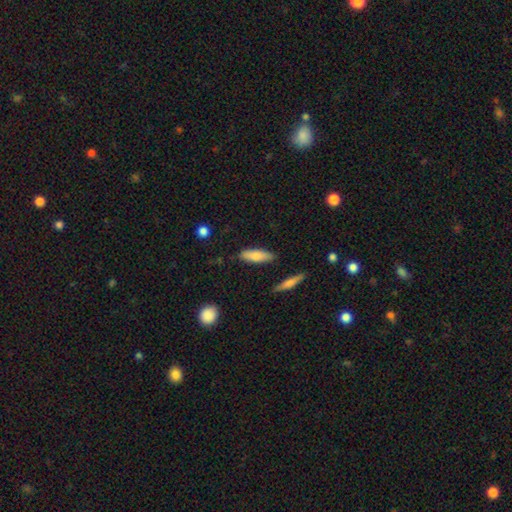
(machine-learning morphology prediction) A smooth galaxy with no disk features (79%) that is in between round and cigar-shaped (54%).

Vote fractions:
- Smooth or featured? smooth: 79% / featured or disk: 15% / star or artifact: 6%
- How rounded? in between: 54% / cigar-shaped: 44% / round: 2%
- Merging? none: 83% / minor disturbance: 12% / merger: 3% / major disturbance: 2%